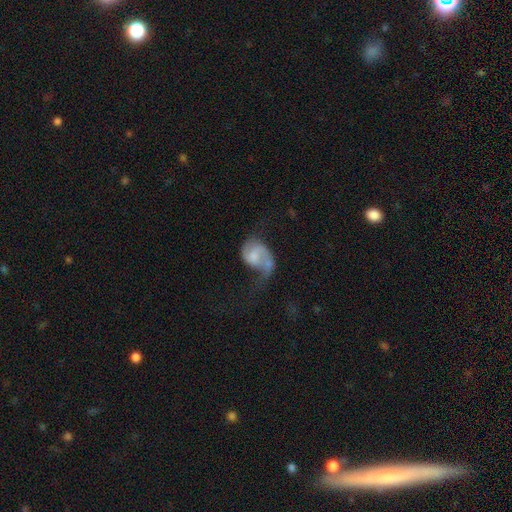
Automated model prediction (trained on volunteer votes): Q: Smooth or featured?
A: featured or disk (66%); runner-up: smooth (28%)
Q: Edge-on disk?
A: no (98%); runner-up: yes (2%)
Q: Bar?
A: no (56%); runner-up: weak (37%)
Q: Spiral arms?
A: yes (87%); runner-up: no (13%)
Q: Spiral winding?
A: loose (52%); runner-up: medium (36%)
Q: Spiral arm count?
A: 2 (68%); runner-up: 1 (24%)
Q: Bulge size?
A: moderate (29%); tied with: small (29%); none (29%)
Q: Merging?
A: major disturbance (39%); runner-up: none (28%)